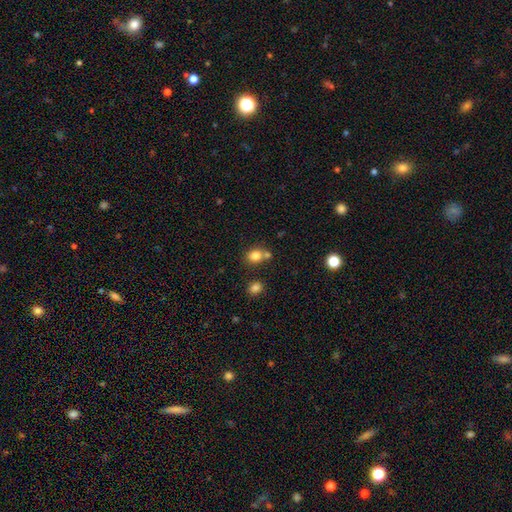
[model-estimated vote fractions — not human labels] Smooth or featured: smooth — 82% (star or artifact — 12%)
How rounded: round — 59% (in between — 40%)
Merging: none — 59% (merger — 26%)